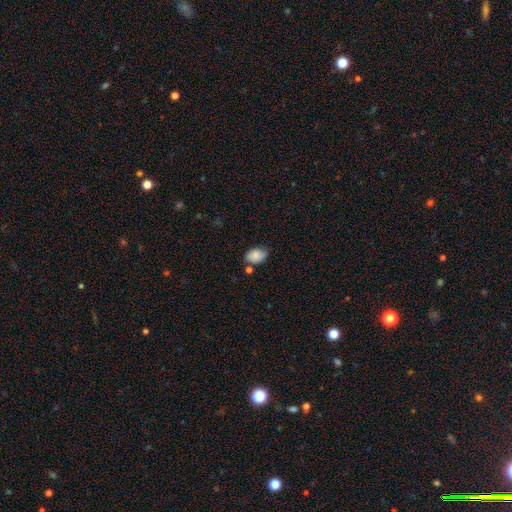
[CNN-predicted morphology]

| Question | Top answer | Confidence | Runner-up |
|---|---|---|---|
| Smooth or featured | smooth | 84% | featured or disk (9%) |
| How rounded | in between | 84% | round (15%) |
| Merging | none | 62% | minor disturbance (26%) |